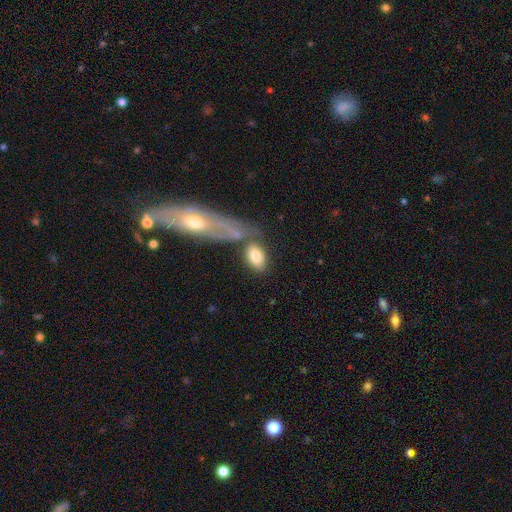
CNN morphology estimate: Smooth or featured? Predicted: smooth (p=0.78). How rounded? Predicted: in between (p=0.90). Merging? Predicted: none (p=0.51).